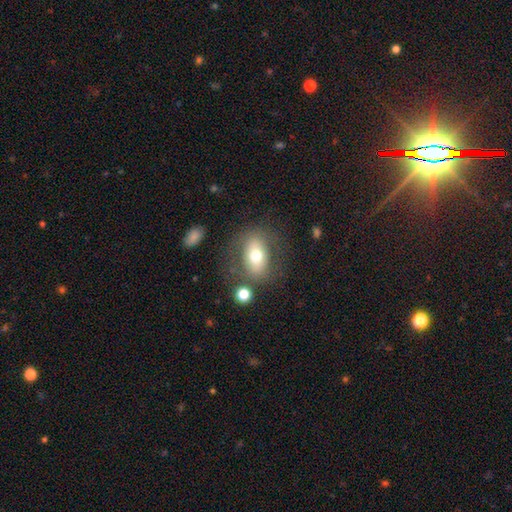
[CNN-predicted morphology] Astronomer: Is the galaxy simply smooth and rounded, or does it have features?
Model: smooth — 61%.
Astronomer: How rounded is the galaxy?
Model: in between — 75%.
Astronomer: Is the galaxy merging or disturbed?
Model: none — 70%.